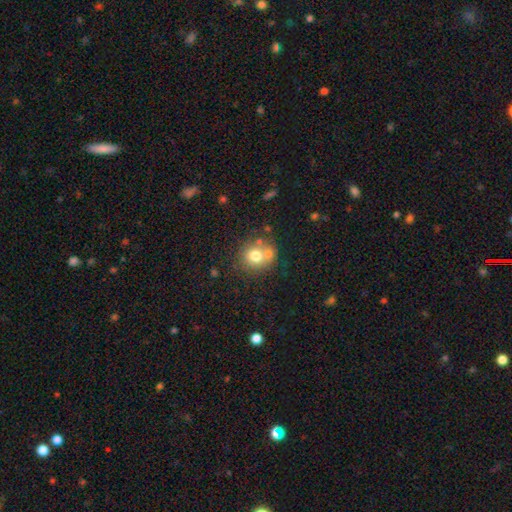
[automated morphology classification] A smooth galaxy with no disk features (72%) that is round (84%).

Vote fractions:
- Smooth or featured? smooth: 72% / featured or disk: 16% / star or artifact: 12%
- How rounded? round: 84% / in between: 15% / cigar-shaped: 1%
- Merging? none: 57% / merger: 28% / minor disturbance: 11% / major disturbance: 4%